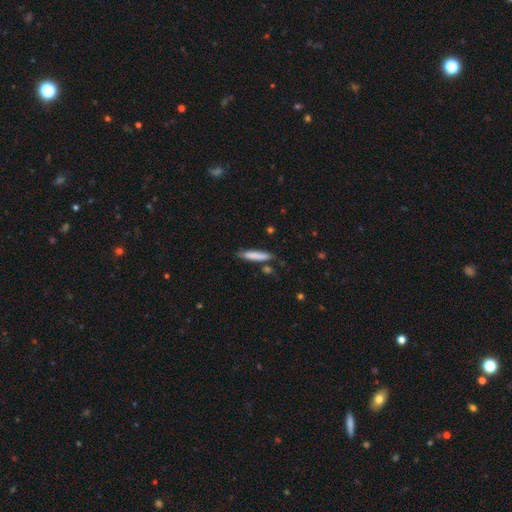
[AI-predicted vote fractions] A smooth galaxy with no disk features (80%) that is cigar-shaped (87%). Merging: none (79%).